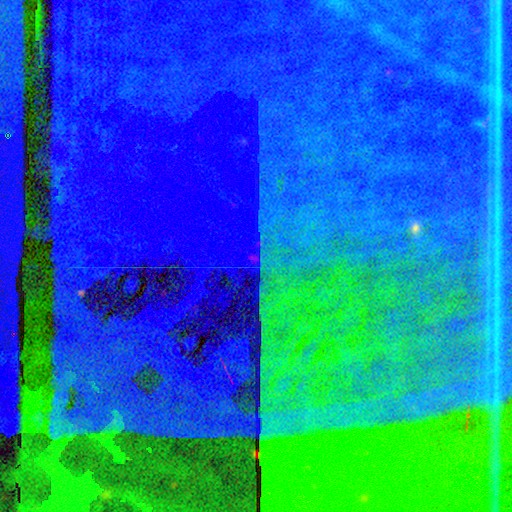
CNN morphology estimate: Smooth or featured? Predicted: star or artifact (p=0.87).